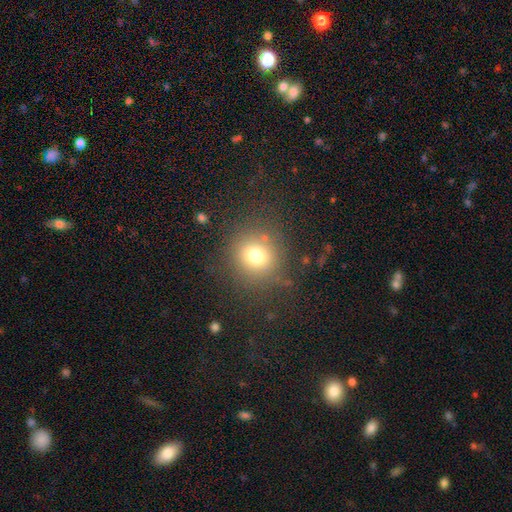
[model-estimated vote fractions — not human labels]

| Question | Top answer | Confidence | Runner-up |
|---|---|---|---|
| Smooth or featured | smooth | 73% | star or artifact (16%) |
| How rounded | round | 89% | in between (10%) |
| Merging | none | 80% | minor disturbance (11%) |